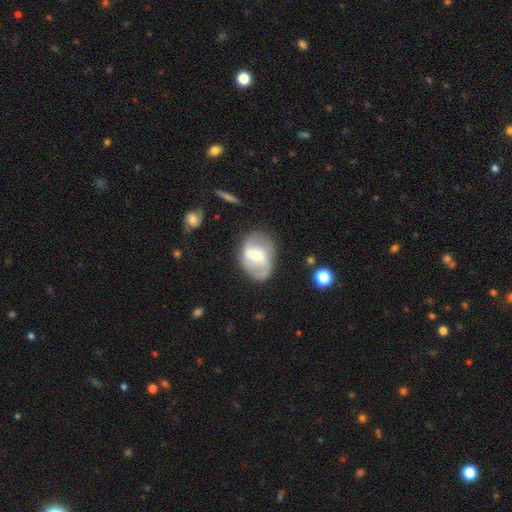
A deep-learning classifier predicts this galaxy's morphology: Smooth or featured? Predicted: featured or disk (p=0.70). Edge-on disk? Predicted: no (p=0.96). Bar? Predicted: weak (p=0.47). Spiral arms? Predicted: yes (p=0.82). Spiral winding? Predicted: medium (p=0.45). Spiral arm count? Predicted: 2 (p=0.80). Bulge size? Predicted: moderate (p=0.56). Merging? Predicted: none (p=0.74).